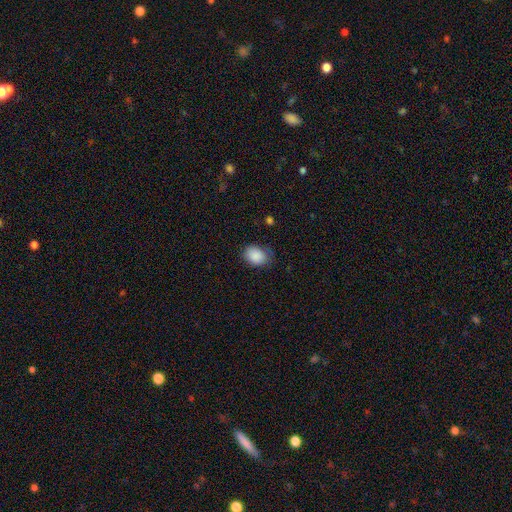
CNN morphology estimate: smooth_or_featured: smooth (p=0.88) [alt: star or artifact p=0.08]
how_rounded: in between (p=0.69) [alt: round p=0.30]
merging: none (p=0.70) [alt: minor disturbance p=0.23]